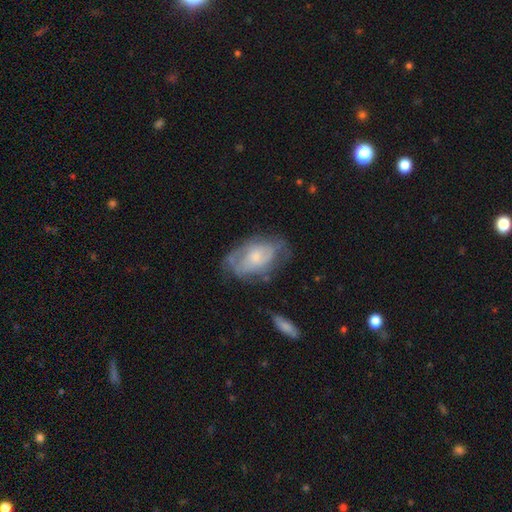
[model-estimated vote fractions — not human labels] A featured or disk galaxy (59%) with no bar (74%), spiral arms (63%) and a small central bulge (45%).

Vote fractions:
- Smooth or featured? featured or disk: 59% / smooth: 34% / star or artifact: 7%
- Edge-on disk? no: 94% / yes: 6%
- Bar? no: 74% / weak: 22% / strong: 4%
- Spiral arms? yes: 63% / no: 37%
- Bulge size? small: 45% / moderate: 40% / large: 7% / none: 7% / dominant: 1%
- Merging? none: 56% / minor disturbance: 27% / major disturbance: 14% / merger: 3%